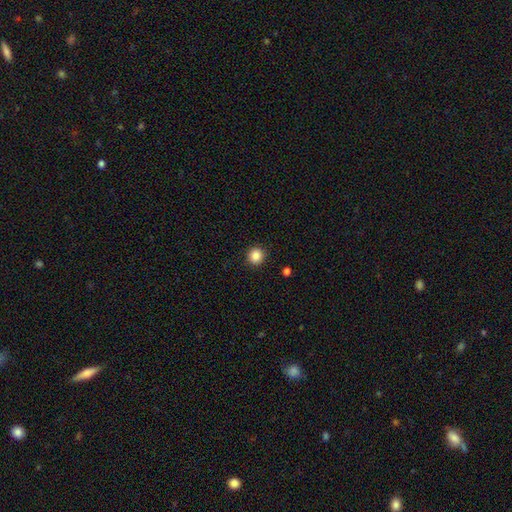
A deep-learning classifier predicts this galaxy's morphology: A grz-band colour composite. It shows a smooth galaxy with no disk features (86%) that is round (93%). Merging: none (92%).